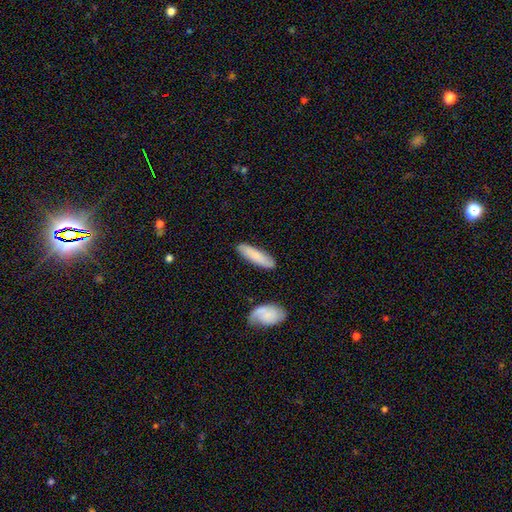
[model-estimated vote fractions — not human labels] Overall: smooth (76%). How rounded: cigar-shaped (71%). Merging: none (84%).